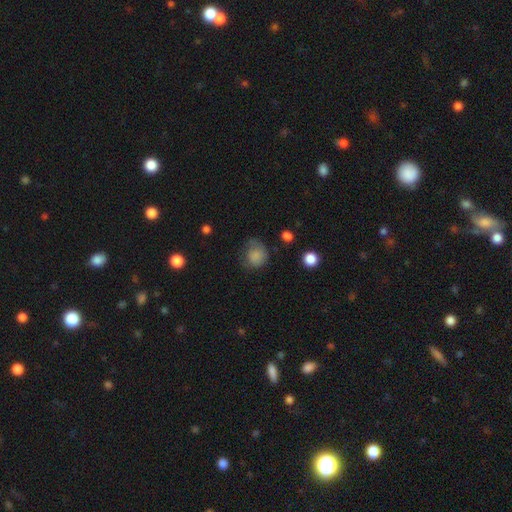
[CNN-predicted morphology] A smooth galaxy with no disk features (80%) that is round (71%). Merging: none (46%).